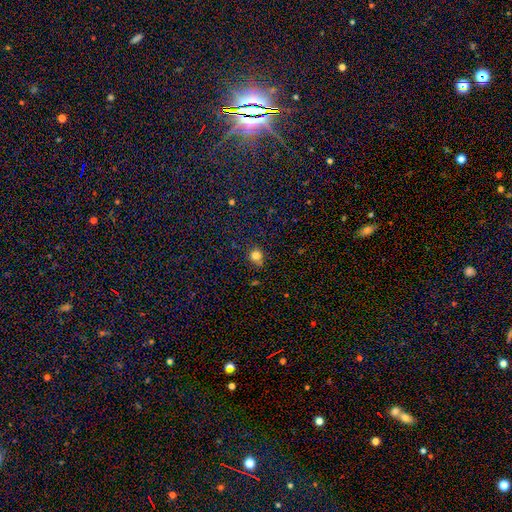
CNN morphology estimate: This is clearly a smooth galaxy (80%). How rounded: clearly round (84%). Merging: likely none (72%).